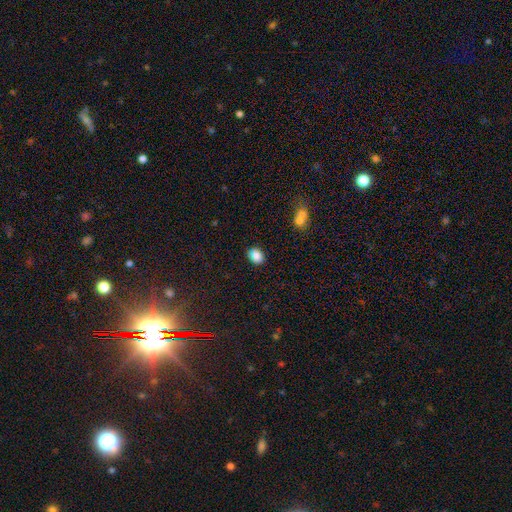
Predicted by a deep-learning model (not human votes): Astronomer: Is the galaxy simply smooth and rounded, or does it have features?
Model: smooth — 86%.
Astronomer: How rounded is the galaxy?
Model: in between — 64%.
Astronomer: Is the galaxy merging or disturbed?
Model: none — 87%.